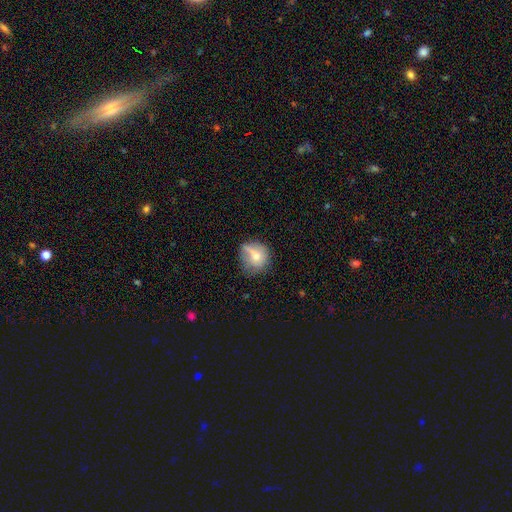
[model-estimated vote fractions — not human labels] This is likely a smooth galaxy (65%). How rounded: likely round (78%). Merging: possibly none (45%).